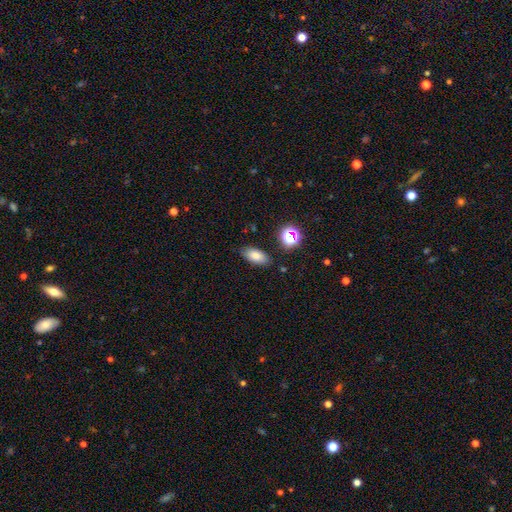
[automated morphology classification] Overall: smooth (80%). How rounded: in between (88%). Merging: none (83%).